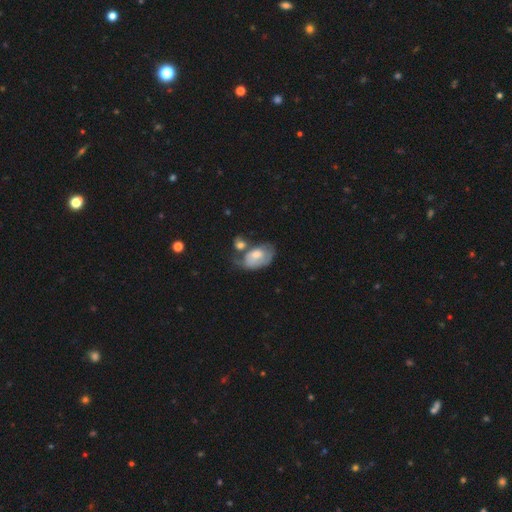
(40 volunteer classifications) smooth_or_featured: smooth (p=0.65) [alt: featured or disk p=0.30]
how_rounded: in between (p=0.92) [alt: round p=0.08]
merging: merger (p=0.37) [alt: none p=0.21]